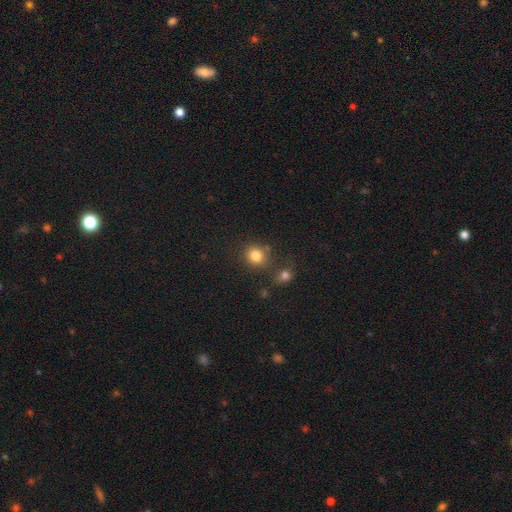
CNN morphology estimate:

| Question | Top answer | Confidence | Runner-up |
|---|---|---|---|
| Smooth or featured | smooth | 81% | star or artifact (13%) |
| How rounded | round | 81% | in between (18%) |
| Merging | none | 72% | merger (13%) |